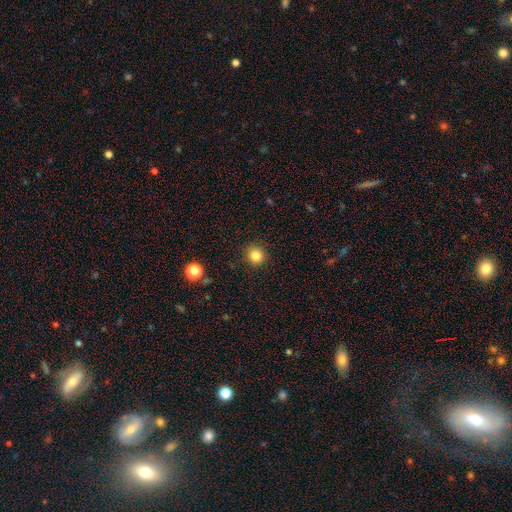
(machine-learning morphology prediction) Smooth or featured?
  - smooth: 83% *
  - star or artifact: 12%
  - featured or disk: 5%
How rounded?
  - round: 92% *
  - in between: 7%
  - cigar-shaped: 1%
Merging?
  - none: 91% *
  - minor disturbance: 6%
  - major disturbance: 2%
  - merger: 1%